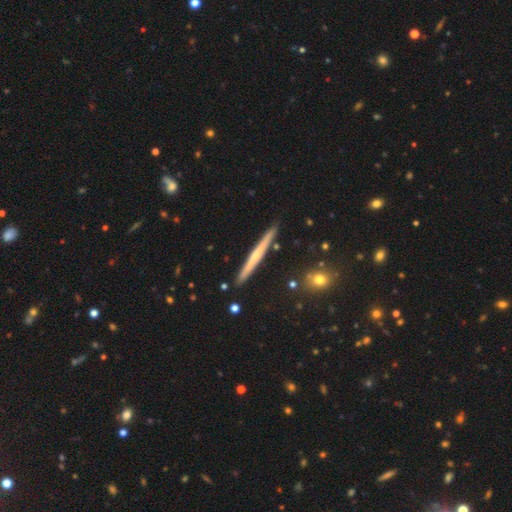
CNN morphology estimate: A featured or disk galaxy (61%) viewed edge-on (98%) with no central bulge (54%).

Vote fractions:
- Smooth or featured? featured or disk: 61% / smooth: 33% / star or artifact: 6%
- Edge-on disk? yes: 98% / no: 2%
- Edge-on bulge? none: 54% / rounded: 41% / boxy: 5%
- Merging? none: 91% / minor disturbance: 6% / merger: 2% / major disturbance: 1%